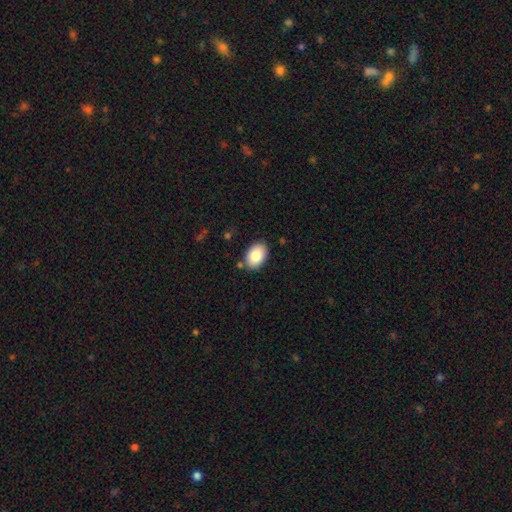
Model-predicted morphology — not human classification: The model was most divided on "how rounded": in between: 85%, round: 14%, cigar-shaped: 1%. More confident: merging — none (85%); smooth or featured — smooth (84%).